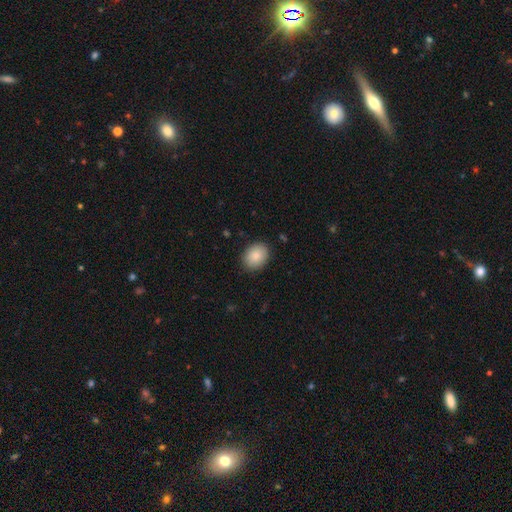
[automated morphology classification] smooth-or-featured: smooth: 87% | star or artifact: 7% | featured or disk: 6%
  how-rounded: in between: 58% | round: 41% | cigar-shaped: 1%
  merging: none: 88% | minor disturbance: 9% | major disturbance: 2% | merger: 1%